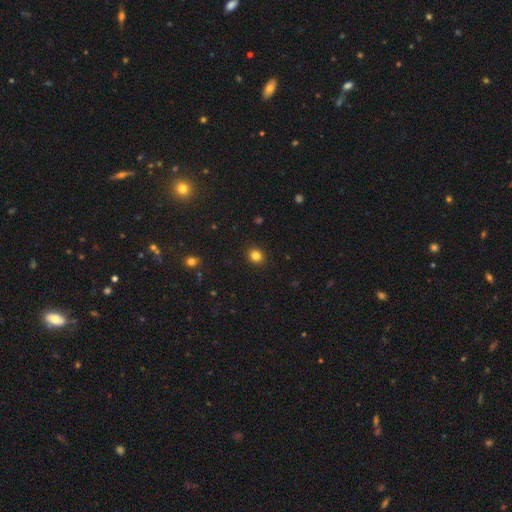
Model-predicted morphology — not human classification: The model was most divided on "how rounded": round: 82%, in between: 17%, cigar-shaped: 1%. More confident: merging — none (92%); smooth or featured — smooth (83%).